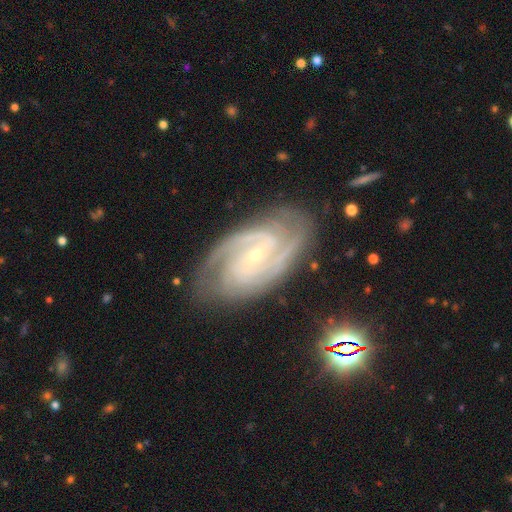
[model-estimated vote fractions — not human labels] A featured or disk galaxy (91%) with a weak bar (40%), 2 (45%) tight (54%) spiral arms (98%) and a small central bulge (82%).

Vote fractions:
- Smooth or featured? featured or disk: 91% / star or artifact: 5% / smooth: 4%
- Edge-on disk? no: 96% / yes: 4%
- Bar? weak: 40% / no: 37% / strong: 23%
- Spiral arms? yes: 98% / no: 2%
- Spiral winding? tight: 54% / medium: 39% / loose: 6%
- Spiral arm count? 2: 45% / 3: 26% / can't tell: 11% / 4: 9% / more than 4: 5% / 1: 5%
- Bulge size? small: 82% / moderate: 15% / none: 1% / large: 1% / dominant: 1%
- Merging? none: 79% / minor disturbance: 15% / major disturbance: 4% / merger: 1%